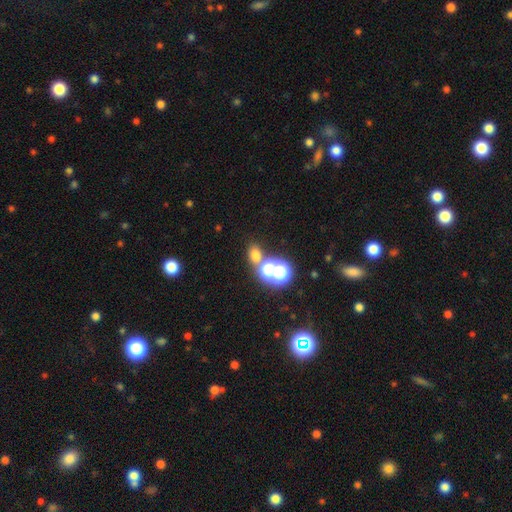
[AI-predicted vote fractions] A smooth galaxy with no disk features (57%) that is in between round and cigar-shaped (49%, tied with round). Merging: none (53%).